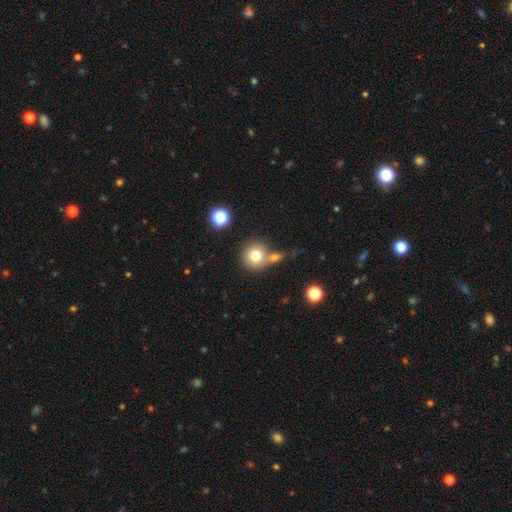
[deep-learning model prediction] This appears to be a smooth galaxy with no disk features (76%) that is round (91%). Merging: none (58%).